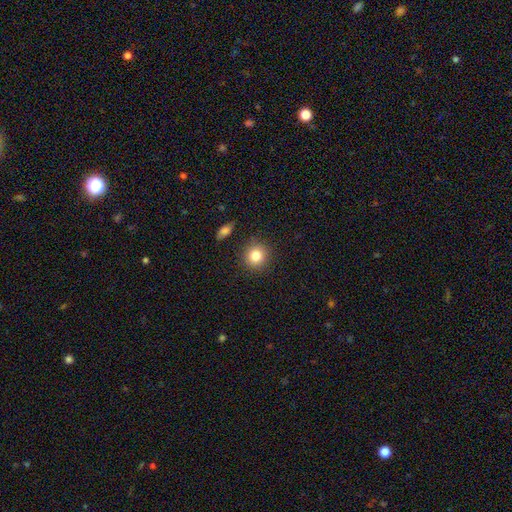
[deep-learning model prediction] Smooth or featured: smooth — 82% (star or artifact — 11%)
How rounded: round — 90% (in between — 9%)
Merging: none — 88% (minor disturbance — 8%)